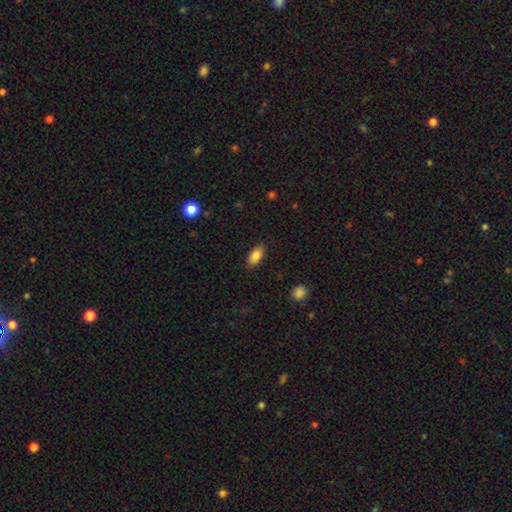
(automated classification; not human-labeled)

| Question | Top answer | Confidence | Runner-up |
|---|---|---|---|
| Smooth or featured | smooth | 85% | featured or disk (8%) |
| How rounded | in between | 89% | cigar-shaped (9%) |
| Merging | none | 87% | minor disturbance (10%) |